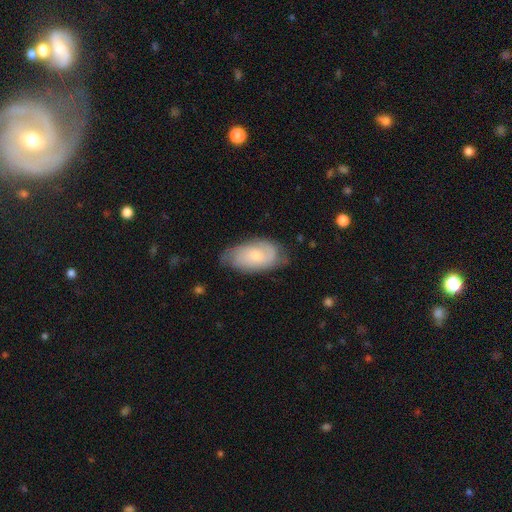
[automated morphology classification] A smooth galaxy with no disk features (50%).

Vote fractions:
- Smooth or featured? smooth: 50% / featured or disk: 44% / star or artifact: 6%
- Merging? none: 61% / minor disturbance: 31% / major disturbance: 7% / merger: 1%